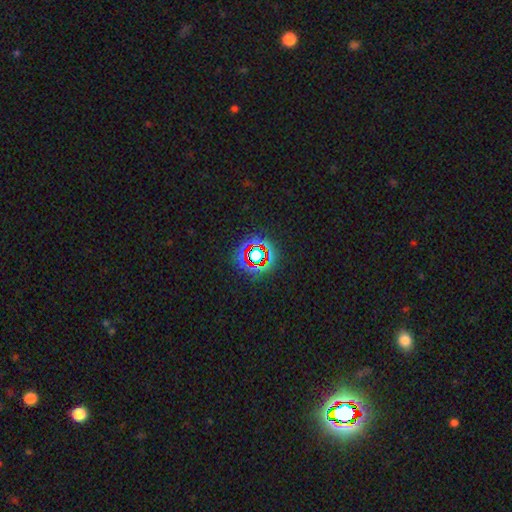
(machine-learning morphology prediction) Smooth or featured: star or artifact — 71% (smooth — 18%)